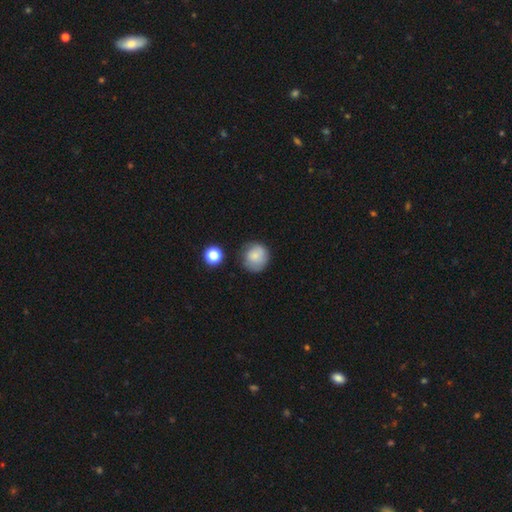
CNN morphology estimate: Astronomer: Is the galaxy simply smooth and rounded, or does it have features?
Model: smooth — 79%.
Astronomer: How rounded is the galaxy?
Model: round — 89%.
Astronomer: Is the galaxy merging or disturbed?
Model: none — 71%.